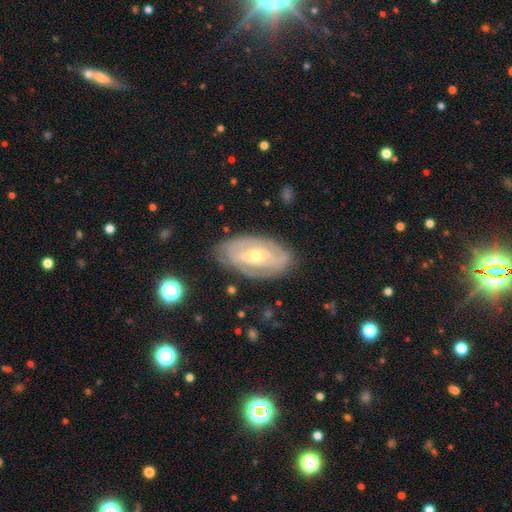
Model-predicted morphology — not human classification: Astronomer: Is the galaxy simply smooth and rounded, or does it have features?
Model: featured or disk — 78%.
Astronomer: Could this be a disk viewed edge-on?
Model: no — 92%.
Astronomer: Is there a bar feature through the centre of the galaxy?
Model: weak — 38% (runner-up: no, 32%).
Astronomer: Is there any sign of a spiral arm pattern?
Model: yes — 75%.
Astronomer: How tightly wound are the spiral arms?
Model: tight — 62%.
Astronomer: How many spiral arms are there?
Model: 2 — 46% (runner-up: can't tell, 37%).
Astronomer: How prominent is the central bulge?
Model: moderate — 53% (runner-up: small, 43%).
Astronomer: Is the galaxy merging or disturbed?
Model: none — 77%.